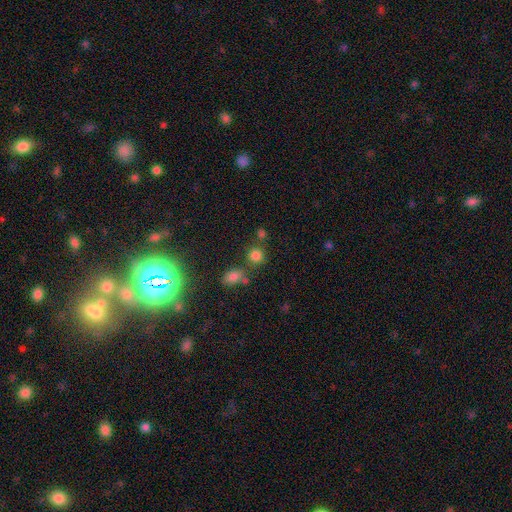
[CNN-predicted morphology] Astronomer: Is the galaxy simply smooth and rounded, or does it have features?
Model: smooth — 78%.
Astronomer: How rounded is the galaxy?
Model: round — 86%.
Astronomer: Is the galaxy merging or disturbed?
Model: none — 68%.